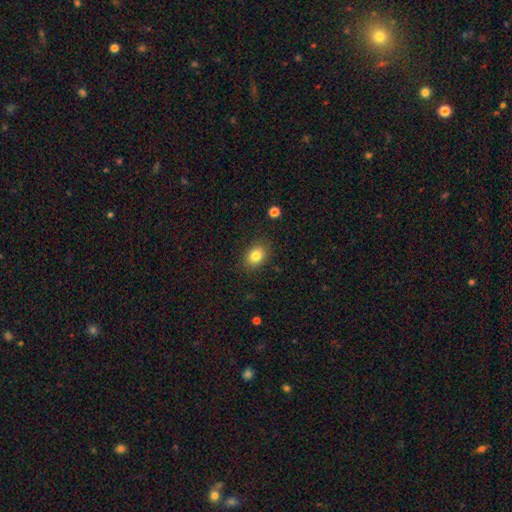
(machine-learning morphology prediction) A smooth galaxy with no disk features (83%) that is in between round and cigar-shaped (66%). Merging: none (86%).